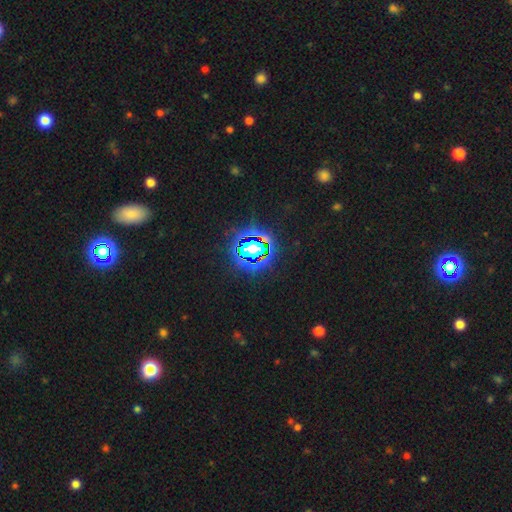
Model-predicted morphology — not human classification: A star or artifact, not a galaxy (80%).